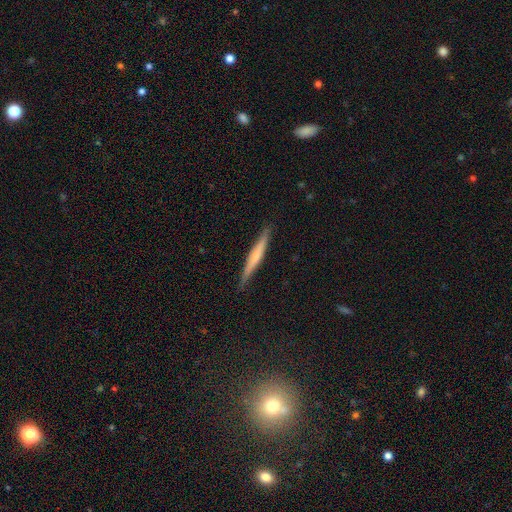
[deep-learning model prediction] This appears to be a smooth galaxy with no disk features (50%). Merging: none (88%).